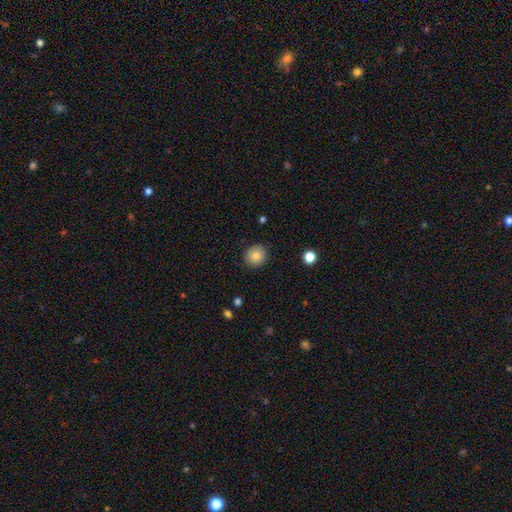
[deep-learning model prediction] Smooth or featured?
  - smooth: 82% *
  - star or artifact: 9%
  - featured or disk: 8%
How rounded?
  - round: 91% *
  - in between: 8%
  - cigar-shaped: 1%
Merging?
  - none: 89% *
  - minor disturbance: 8%
  - major disturbance: 2%
  - merger: 1%